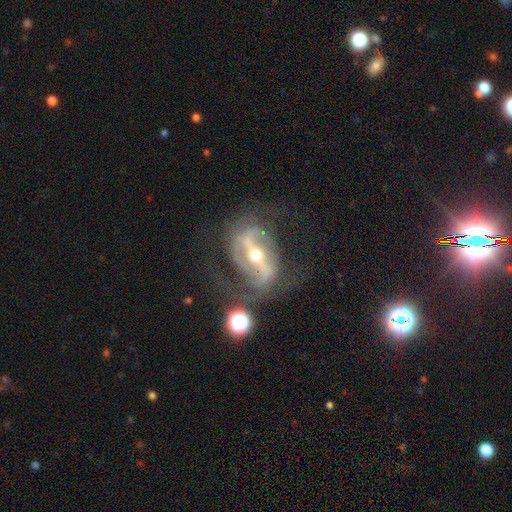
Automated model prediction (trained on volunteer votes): Smooth or featured: featured or disk — 87% (star or artifact — 7%)
Edge-on disk: no — 93% (yes — 7%)
Bar: strong — 75% (weak — 18%)
Spiral arms: yes — 87% (no — 13%)
Spiral winding: medium — 45% (loose — 31%)
Spiral arm count: 2 — 77% (can't tell — 11%)
Bulge size: moderate — 55% (small — 41%)
Merging: none — 57% (major disturbance — 21%)